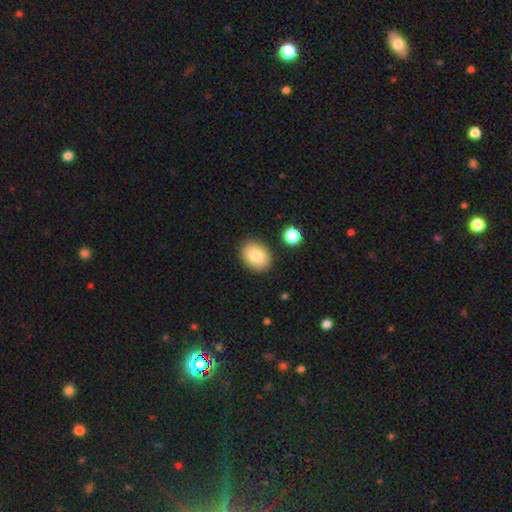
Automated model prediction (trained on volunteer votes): A smooth galaxy with no disk features (80%) that is in between round and cigar-shaped (63%).

Vote fractions:
- Smooth or featured? smooth: 80% / featured or disk: 12% / star or artifact: 9%
- How rounded? in between: 63% / round: 36% / cigar-shaped: 1%
- Merging? none: 86% / minor disturbance: 9% / merger: 3% / major disturbance: 2%